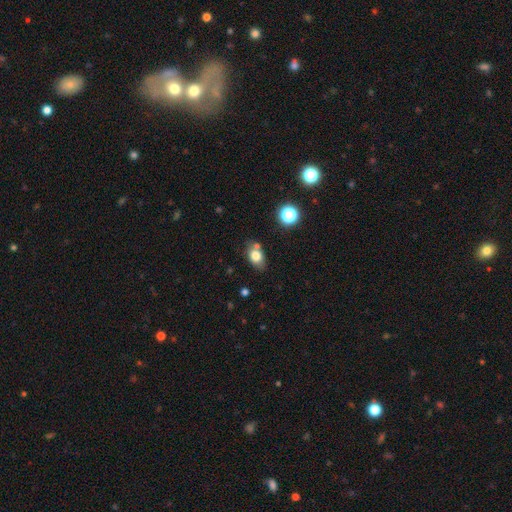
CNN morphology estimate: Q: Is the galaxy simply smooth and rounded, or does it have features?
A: smooth — 76%.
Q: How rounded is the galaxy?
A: in between — 77%.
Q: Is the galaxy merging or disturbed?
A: none — 68%.